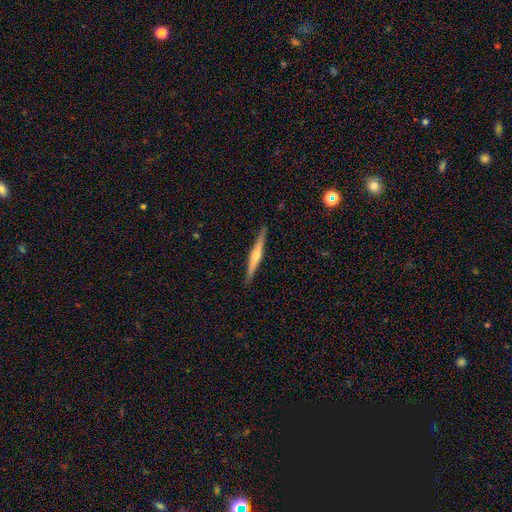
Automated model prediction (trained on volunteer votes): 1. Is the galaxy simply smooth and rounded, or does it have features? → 68% featured or disk, 26% smooth, 6% star or artifact.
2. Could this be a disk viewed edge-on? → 98% yes, 2% no.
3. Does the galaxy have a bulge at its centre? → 78% rounded, 15% none, 7% boxy.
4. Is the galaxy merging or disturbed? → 91% none, 6% minor disturbance, 1% major disturbance, 1% merger.